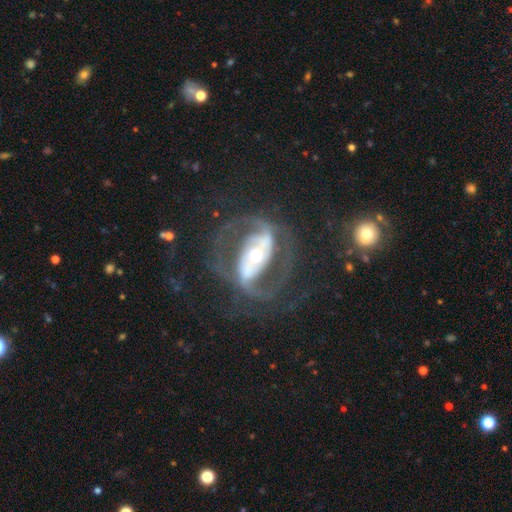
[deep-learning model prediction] Smooth or featured?
  - featured or disk: 89% *
  - smooth: 6%
  - star or artifact: 5%
Edge-on disk?
  - no: 96% *
  - yes: 4%
Bar?
  - strong: 57% *
  - weak: 23%
  - no: 21%
Spiral arms?
  - yes: 92% *
  - no: 8%
Spiral winding?
  - medium: 55% *
  - loose: 25%
  - tight: 20%
Spiral arm count?
  - 2: 89% *
  - can't tell: 4%
  - 3: 3%
  - 1: 2%
  - 4: 1%
  - more than 4: 1%
Bulge size?
  - moderate: 64% *
  - small: 21%
  - large: 13%
  - dominant: 2%
  - none: 1%
Merging?
  - none: 65% *
  - major disturbance: 19%
  - minor disturbance: 14%
  - merger: 2%